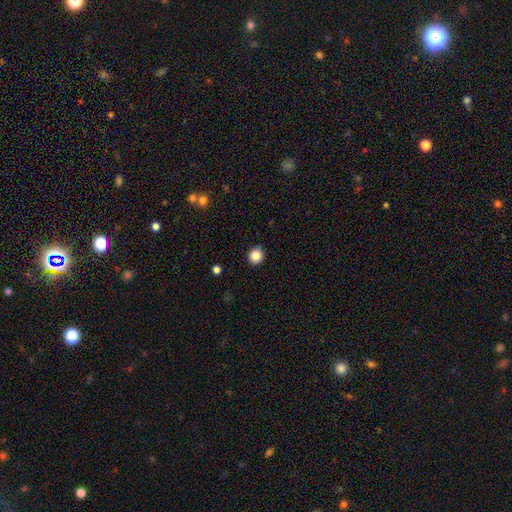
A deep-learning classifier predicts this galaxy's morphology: type=smooth (85%); roundness=round (89%); merging=none (89%).